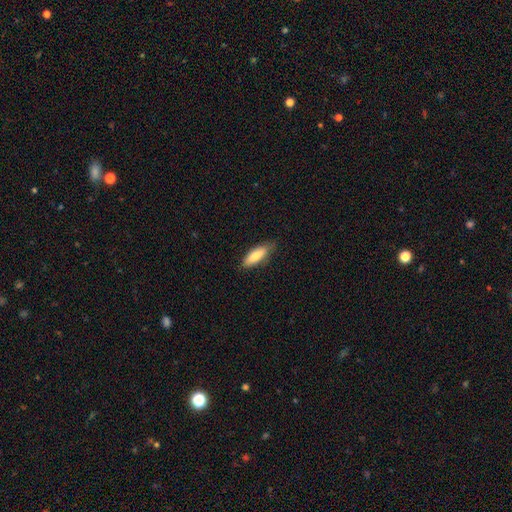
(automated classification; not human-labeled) smooth-or-featured: smooth: 78% | featured or disk: 16% | star or artifact: 6%
  how-rounded: in between: 57% | cigar-shaped: 41% | round: 2%
  merging: none: 76% | minor disturbance: 20% | major disturbance: 3% | merger: 1%